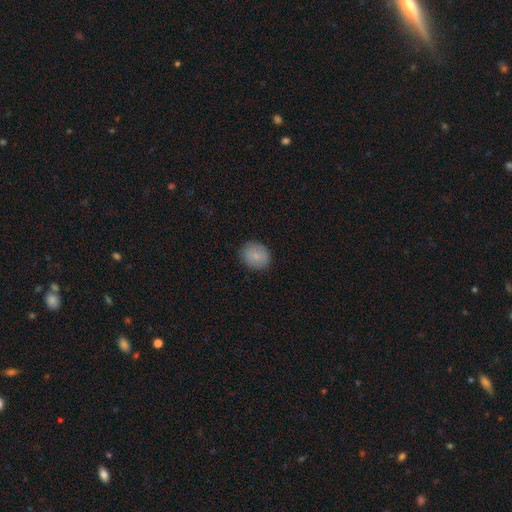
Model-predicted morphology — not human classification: A smooth galaxy with no disk features (83%) that is round (73%). Merging: none (85%).